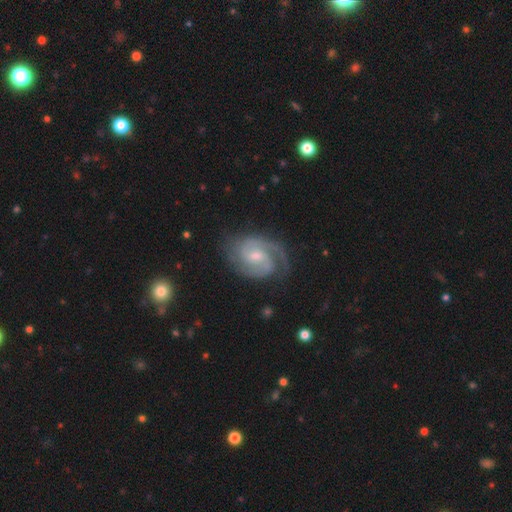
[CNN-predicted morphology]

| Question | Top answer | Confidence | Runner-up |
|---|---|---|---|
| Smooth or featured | featured or disk | 90% | smooth (6%) |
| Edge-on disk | no | 98% | yes (2%) |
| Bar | weak | 55% | no (34%) |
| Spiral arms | yes | 98% | no (2%) |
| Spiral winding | tight | 48% | medium (44%) |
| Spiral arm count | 2 | 72% | 3 (10%) |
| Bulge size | small | 50% | moderate (42%) |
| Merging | none | 74% | minor disturbance (18%) |